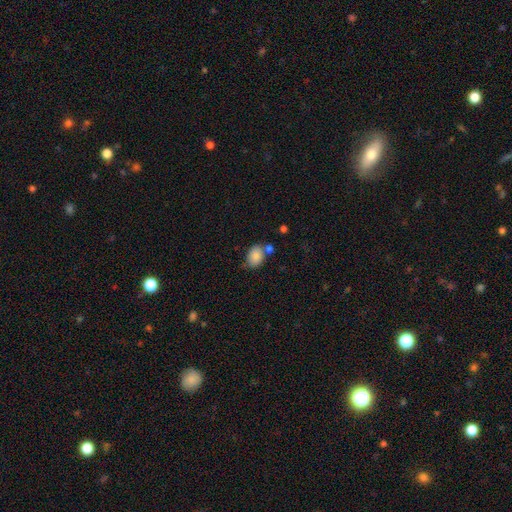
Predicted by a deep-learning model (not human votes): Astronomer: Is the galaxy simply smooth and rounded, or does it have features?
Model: smooth — 83%.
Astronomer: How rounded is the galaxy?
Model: in between — 72%.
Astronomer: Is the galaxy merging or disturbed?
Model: none — 58%.